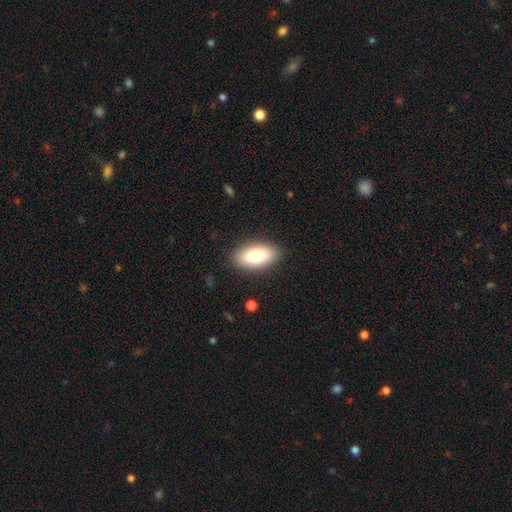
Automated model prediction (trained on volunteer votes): smooth-or-featured: smooth: 78% | featured or disk: 15% | star or artifact: 7%
  how-rounded: in between: 93% | cigar-shaped: 4% | round: 4%
  merging: none: 87% | minor disturbance: 9% | major disturbance: 3% | merger: 1%